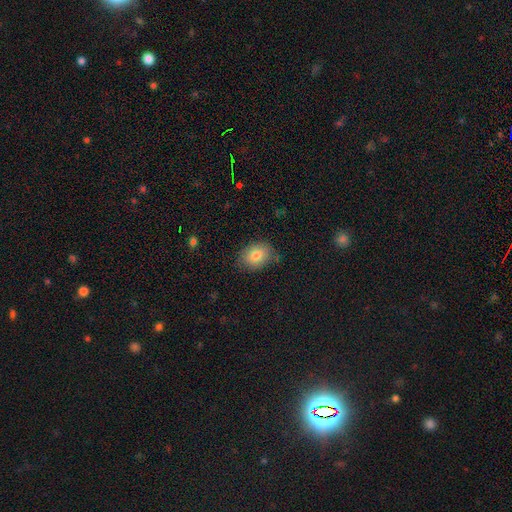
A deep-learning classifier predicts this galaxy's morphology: A smooth galaxy with no disk features (81%) that is in between round and cigar-shaped (71%). Merging: none (75%).